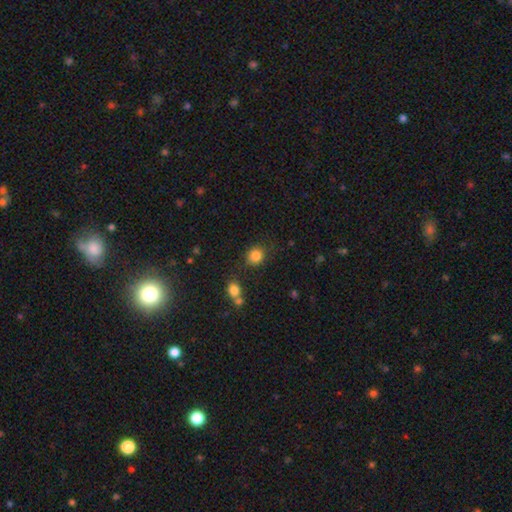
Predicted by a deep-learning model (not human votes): smooth-or-featured: smooth: 84% | star or artifact: 11% | featured or disk: 5%
  how-rounded: round: 77% | in between: 22% | cigar-shaped: 1%
  merging: none: 78% | minor disturbance: 13% | merger: 5% | major disturbance: 4%